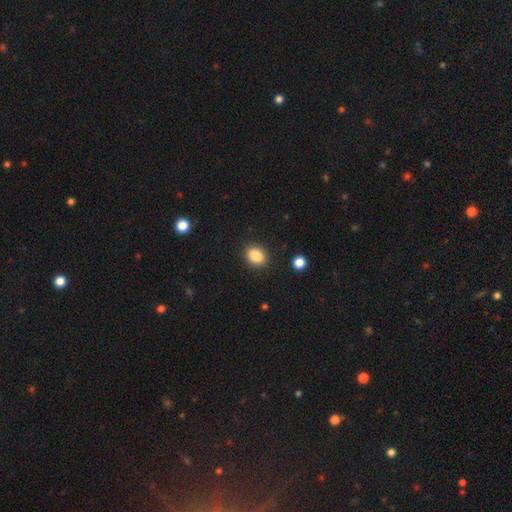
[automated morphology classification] smooth 86%, star or artifact 9%, featured or disk 5%. Down the decision tree: how rounded — in between (57%); merging — none (89%).